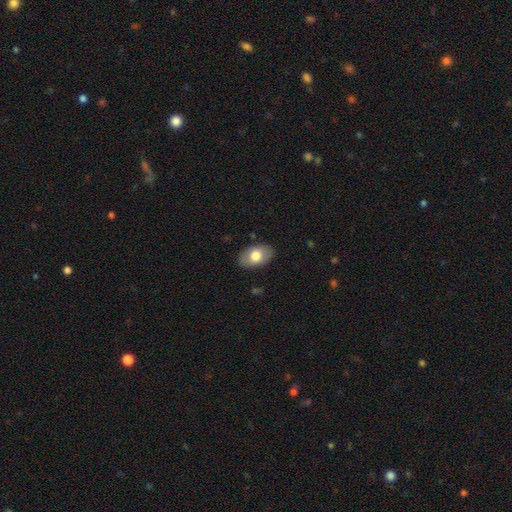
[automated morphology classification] Smooth or featured?
  - smooth: 73% *
  - featured or disk: 21%
  - star or artifact: 6%
How rounded?
  - in between: 91% *
  - round: 7%
  - cigar-shaped: 1%
Merging?
  - none: 86% *
  - minor disturbance: 11%
  - major disturbance: 2%
  - merger: 1%